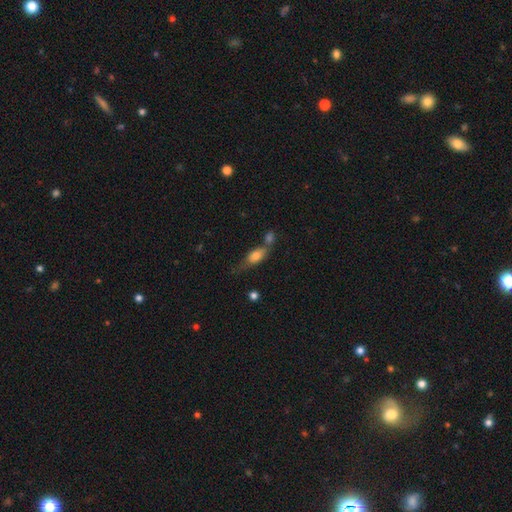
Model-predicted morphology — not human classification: Smooth or featured? smooth (68%)
How rounded? in between (72%)
Merging? merger (37%)